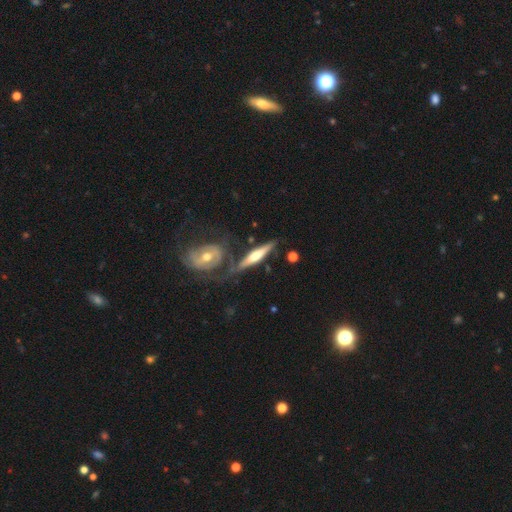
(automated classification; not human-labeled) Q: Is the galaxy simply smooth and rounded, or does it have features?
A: featured or disk — 64%.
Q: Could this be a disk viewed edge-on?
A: yes — 88%.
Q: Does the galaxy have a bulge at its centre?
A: rounded — 72%.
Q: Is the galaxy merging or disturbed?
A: none — 58%.